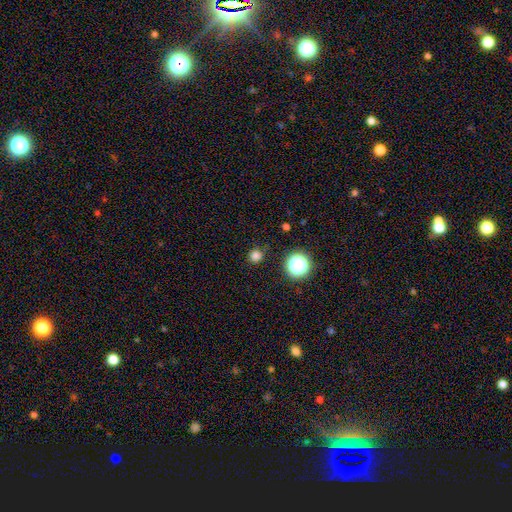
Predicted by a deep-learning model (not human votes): A smooth galaxy with no disk features (77%) that is round (91%).

Vote fractions:
- Smooth or featured? smooth: 77% / star or artifact: 19% / featured or disk: 4%
- How rounded? round: 91% / in between: 8% / cigar-shaped: 1%
- Merging? none: 85% / minor disturbance: 10% / major disturbance: 3% / merger: 2%